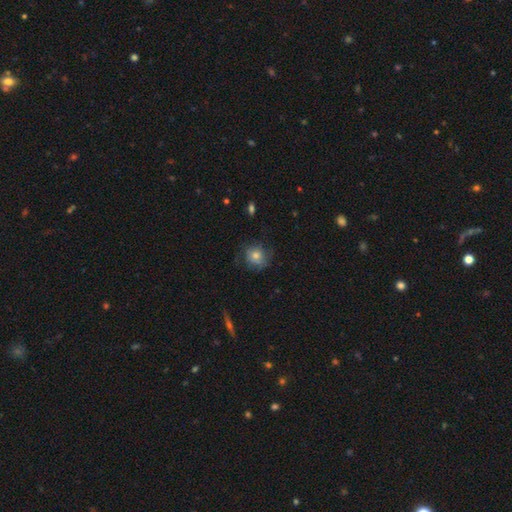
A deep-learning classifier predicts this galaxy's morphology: Q: Smooth or featured?
A: smooth (67%); runner-up: featured or disk (22%)
Q: How rounded?
A: round (85%); runner-up: in between (13%)
Q: Merging?
A: none (69%); runner-up: minor disturbance (21%)